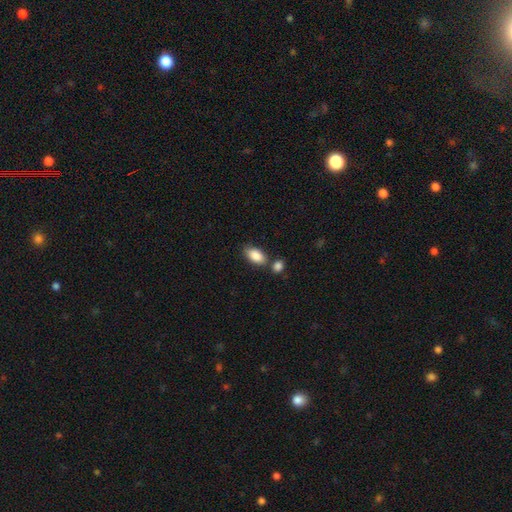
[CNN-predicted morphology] This appears to be a smooth galaxy with no disk features (88%) that is in between round and cigar-shaped (93%). Merging: none (62%).